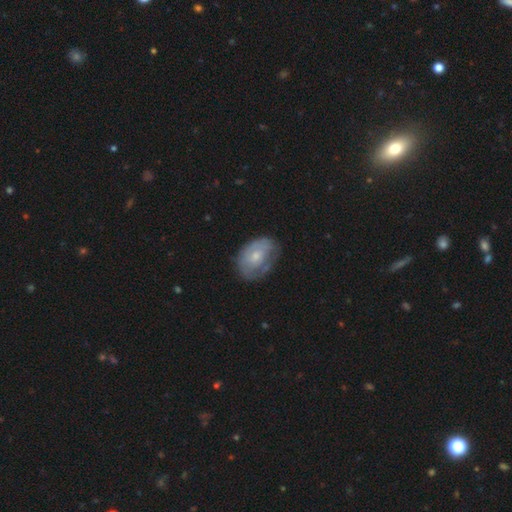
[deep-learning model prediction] A smooth galaxy with no disk features (48%). Merging: none (58%).